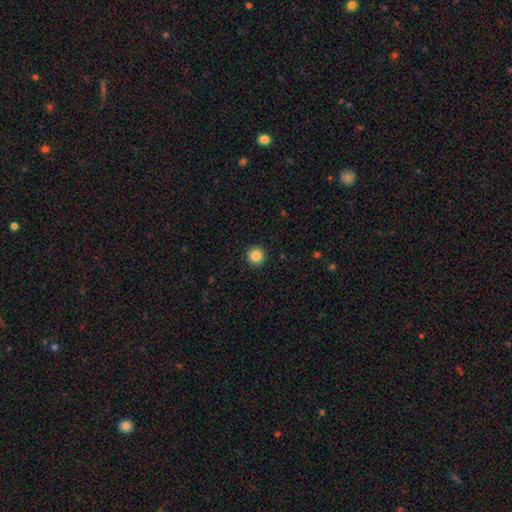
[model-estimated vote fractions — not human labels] Smooth or featured? smooth (86%)
How rounded? round (96%)
Merging? none (93%)